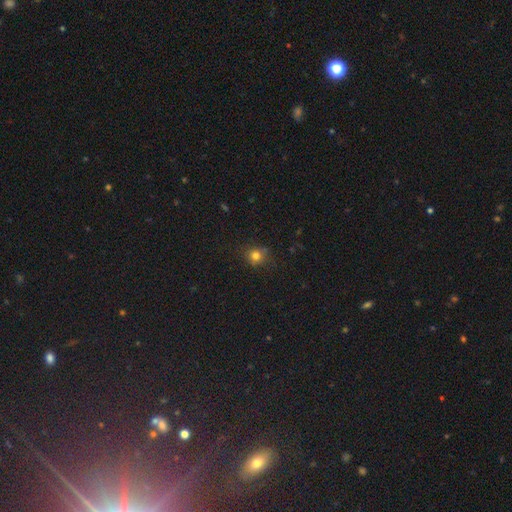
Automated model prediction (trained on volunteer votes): smooth 78%, star or artifact 16%, featured or disk 7%. Down the decision tree: how rounded — round (84%); merging — none (79%).